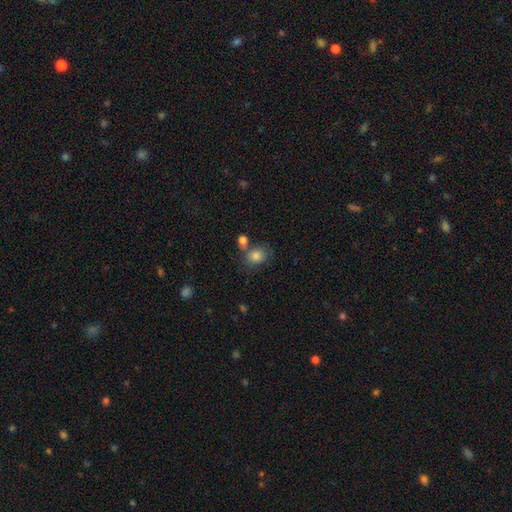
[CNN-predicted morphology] The model was most divided on "how rounded": round: 53%, in between: 46%, cigar-shaped: 1%. More confident: smooth or featured — smooth (82%); merging — none (53%).